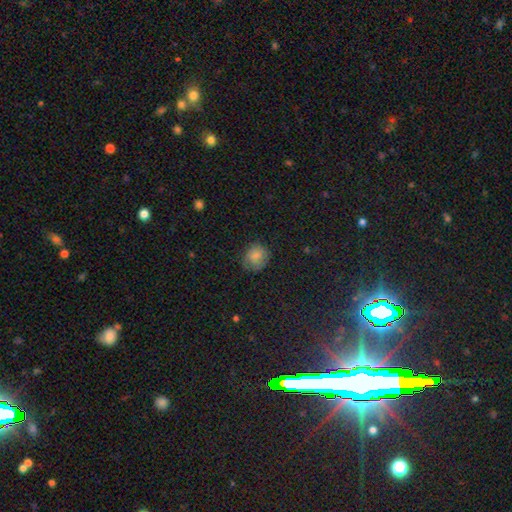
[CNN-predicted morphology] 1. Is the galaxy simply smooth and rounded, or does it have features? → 76% smooth, 13% featured or disk, 11% star or artifact.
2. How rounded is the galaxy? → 71% round, 28% in between, 1% cigar-shaped.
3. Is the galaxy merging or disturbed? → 69% none, 23% minor disturbance, 7% major disturbance, 1% merger.